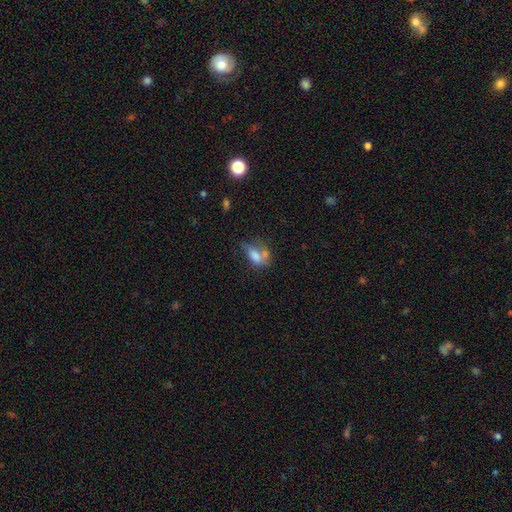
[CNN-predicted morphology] This appears to be a smooth galaxy with no disk features (66%) that is in between round and cigar-shaped (82%). Merging: merger (32%).